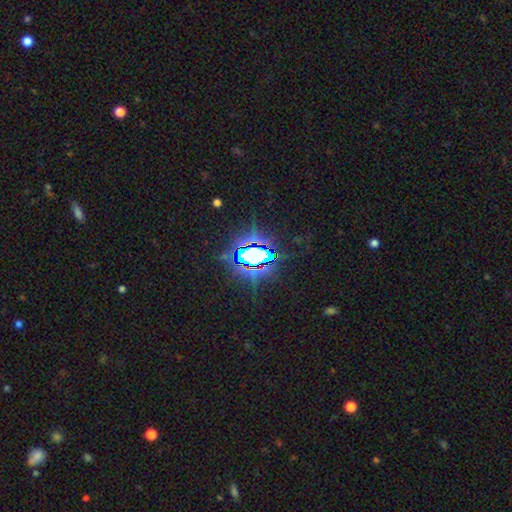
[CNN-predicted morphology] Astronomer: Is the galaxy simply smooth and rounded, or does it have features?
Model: star or artifact — 77%.